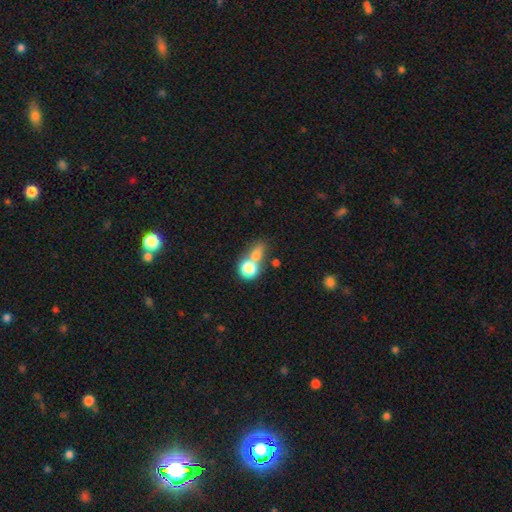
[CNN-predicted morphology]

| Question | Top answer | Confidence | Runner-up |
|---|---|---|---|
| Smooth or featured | smooth | 72% | star or artifact (14%) |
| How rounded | round | 60% | in between (37%) |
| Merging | merger | 55% | none (30%) |